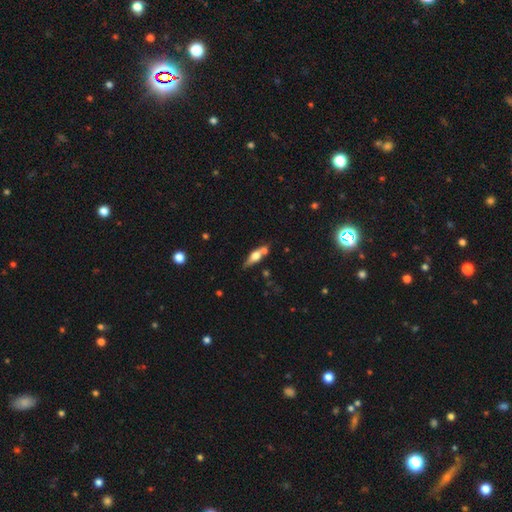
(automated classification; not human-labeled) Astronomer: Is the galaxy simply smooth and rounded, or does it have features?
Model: featured or disk — 56% (runner-up: smooth, 36%).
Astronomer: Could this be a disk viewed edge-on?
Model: yes — 87%.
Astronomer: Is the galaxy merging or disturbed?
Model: none — 55%.